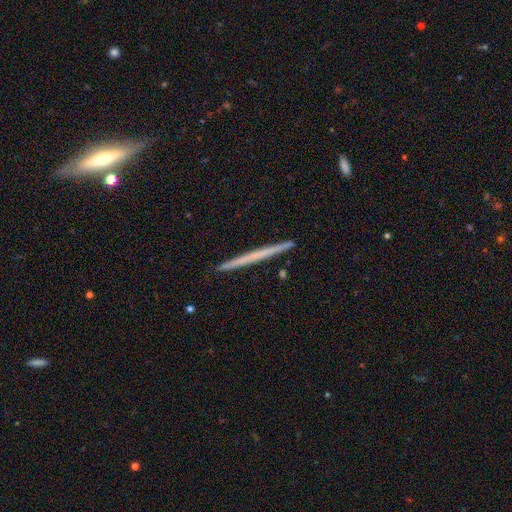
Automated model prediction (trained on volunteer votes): featured or disk 51%, smooth 43%, star or artifact 7%. Down the decision tree: edge-on disk — yes (98%); merging — none (92%).